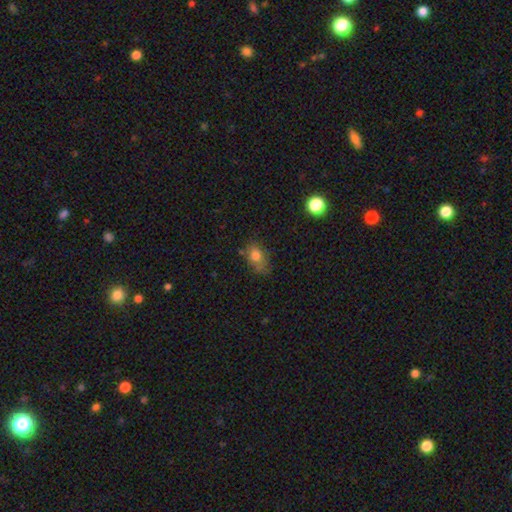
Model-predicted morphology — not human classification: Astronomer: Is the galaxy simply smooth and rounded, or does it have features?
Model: smooth — 76%.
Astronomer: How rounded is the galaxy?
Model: in between — 74%.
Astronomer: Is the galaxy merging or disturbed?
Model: none — 54% (runner-up: minor disturbance, 31%).